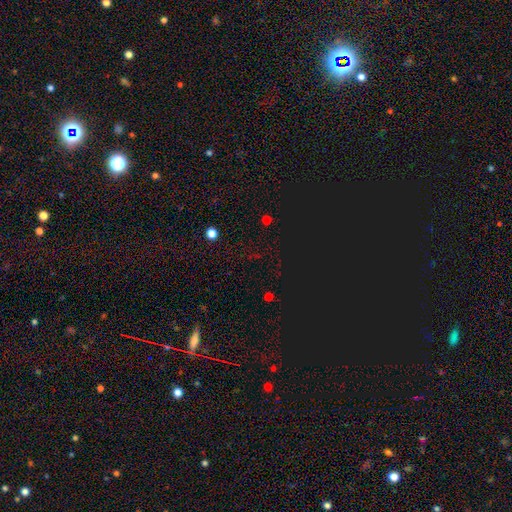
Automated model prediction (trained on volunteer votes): Smooth or featured?
  - star or artifact: 69% *
  - smooth: 24%
  - featured or disk: 7%